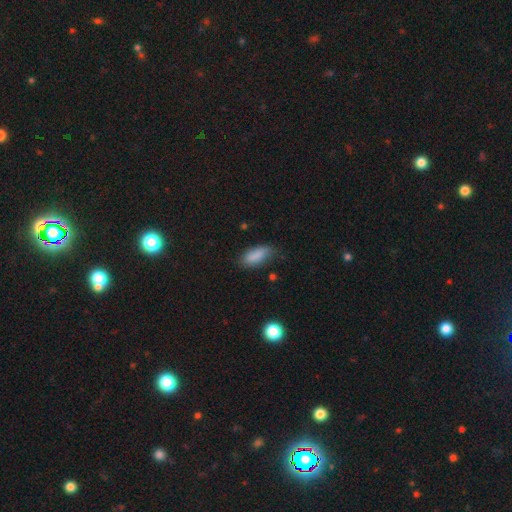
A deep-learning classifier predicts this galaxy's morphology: smooth 85%, star or artifact 8%, featured or disk 8%. Down the decision tree: how rounded — in between (84%); merging — none (68%).